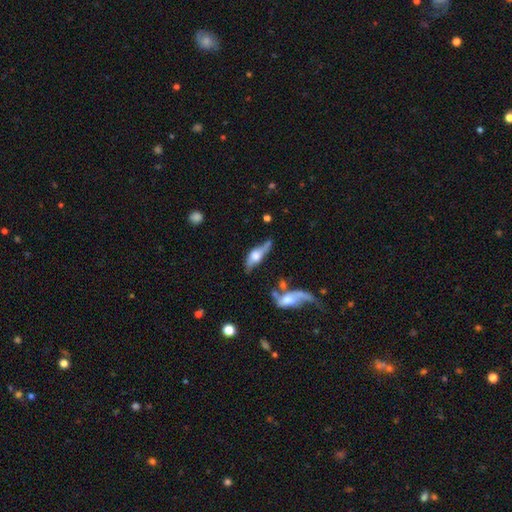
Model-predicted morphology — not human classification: Smooth or featured? featured or disk (66%)
Edge-on disk? yes (77%)
Edge-on bulge? rounded (85%)
Merging? none (47%)